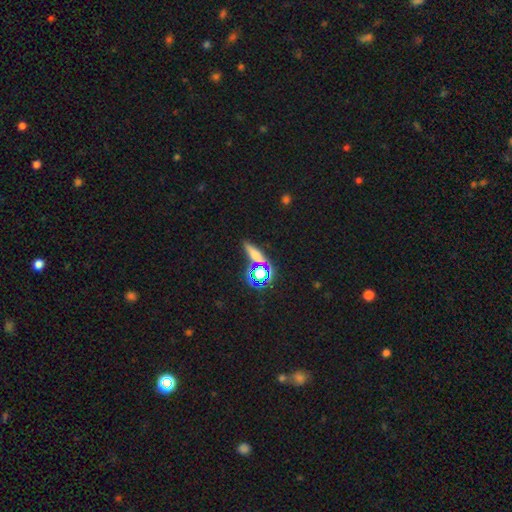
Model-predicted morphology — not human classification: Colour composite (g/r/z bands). It shows a smooth galaxy with no disk features (50%). Merging: none (73%).